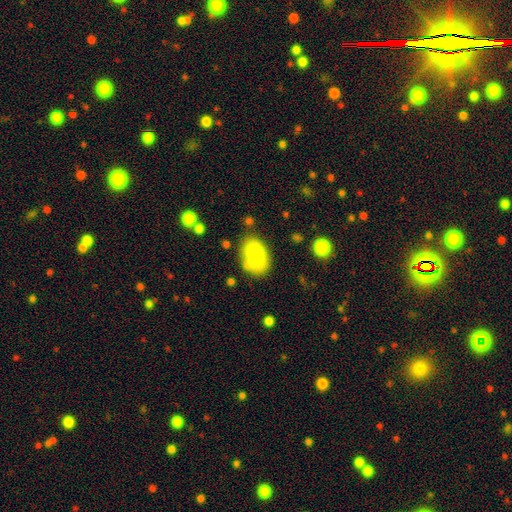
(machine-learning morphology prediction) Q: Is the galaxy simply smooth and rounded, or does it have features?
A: smooth — 77%.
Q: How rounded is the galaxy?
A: in between — 84%.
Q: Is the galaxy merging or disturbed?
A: none — 66%.